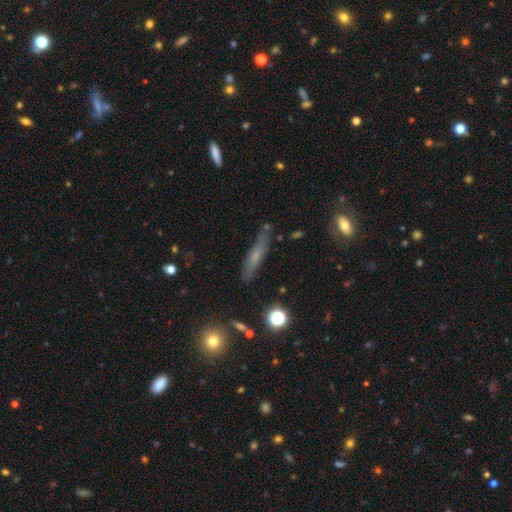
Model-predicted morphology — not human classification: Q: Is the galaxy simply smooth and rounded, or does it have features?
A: smooth — 48%.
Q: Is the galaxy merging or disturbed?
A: none — 75%.